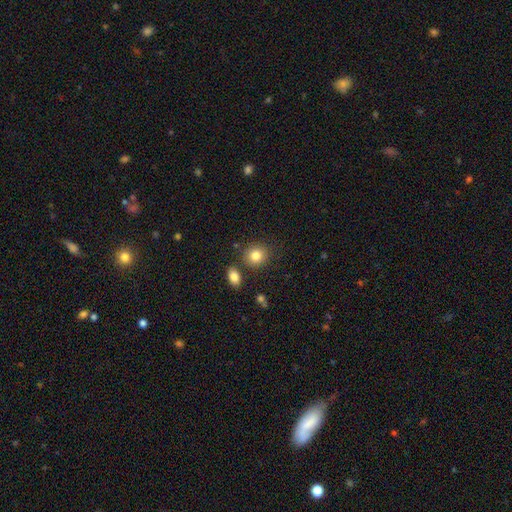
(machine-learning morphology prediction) type=smooth (83%); roundness=round (78%); merging=none (80%).